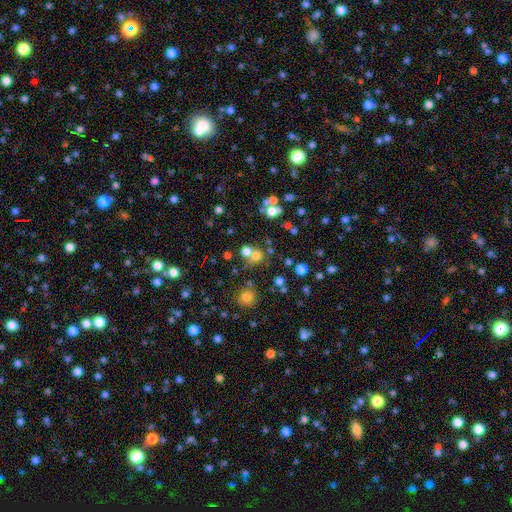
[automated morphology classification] smooth-or-featured: smooth: 66% | star or artifact: 23% | featured or disk: 12%
  how-rounded: round: 83% | in between: 16% | cigar-shaped: 1%
  merging: none: 53% | merger: 34% | minor disturbance: 9% | major disturbance: 5%